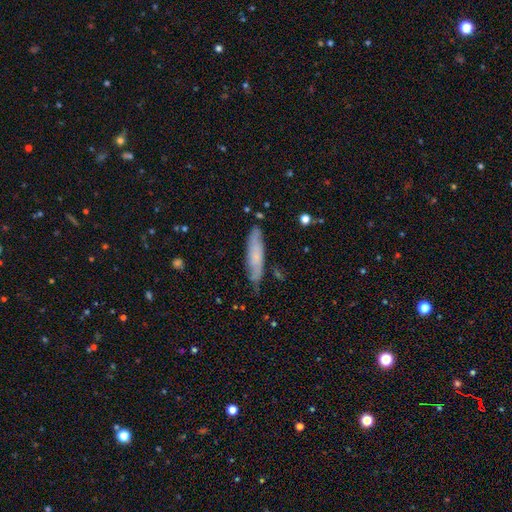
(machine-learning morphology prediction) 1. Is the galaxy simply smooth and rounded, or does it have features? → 54% smooth, 39% featured or disk, 7% star or artifact.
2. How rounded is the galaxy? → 77% cigar-shaped, 21% in between, 2% round.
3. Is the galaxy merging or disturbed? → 75% none, 19% minor disturbance, 3% major disturbance, 2% merger.